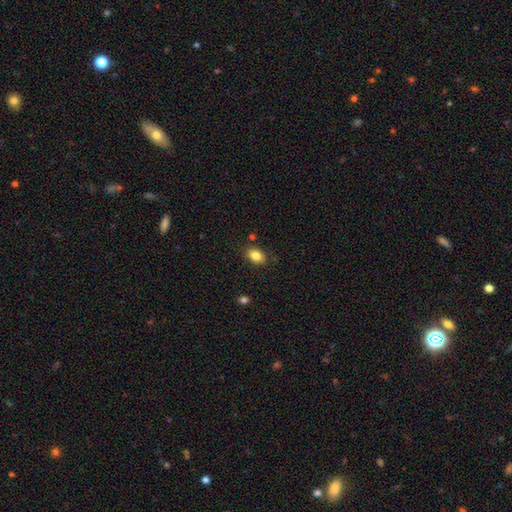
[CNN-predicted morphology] Overall: smooth (84%). How rounded: in between (84%). Merging: none (84%).